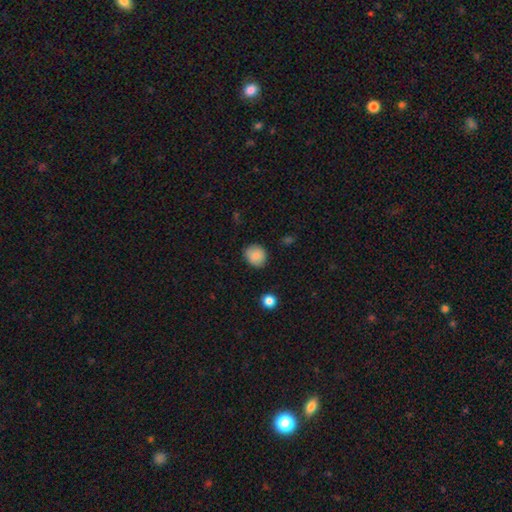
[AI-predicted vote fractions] smooth 84%, star or artifact 8%, featured or disk 8%. Down the decision tree: how rounded — round (76%); merging — none (84%).